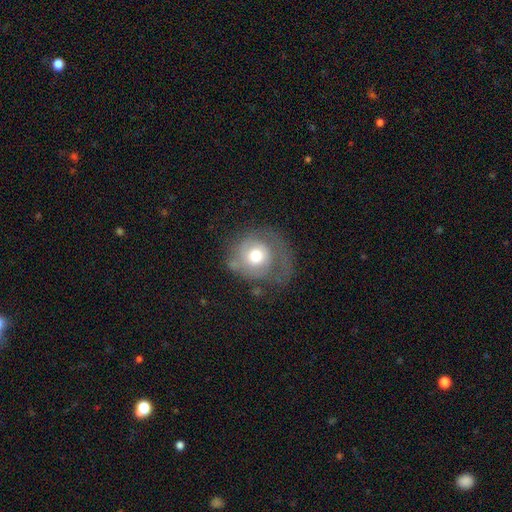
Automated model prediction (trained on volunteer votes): This appears to be a smooth galaxy with no disk features (52%) that is round (82%). Merging: major disturbance (36%).